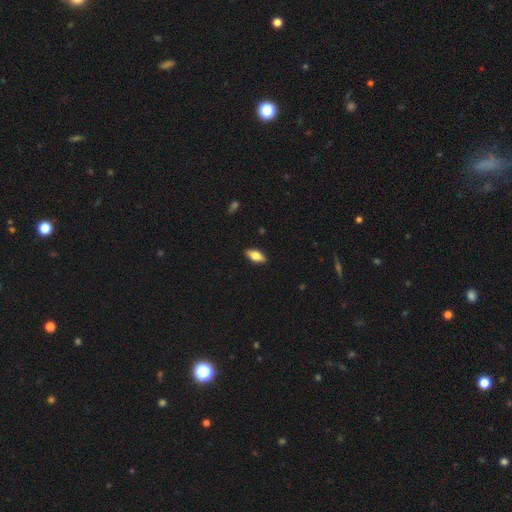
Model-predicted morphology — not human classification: Smooth or featured? smooth (68%)
How rounded? in between (84%)
Merging? none (89%)